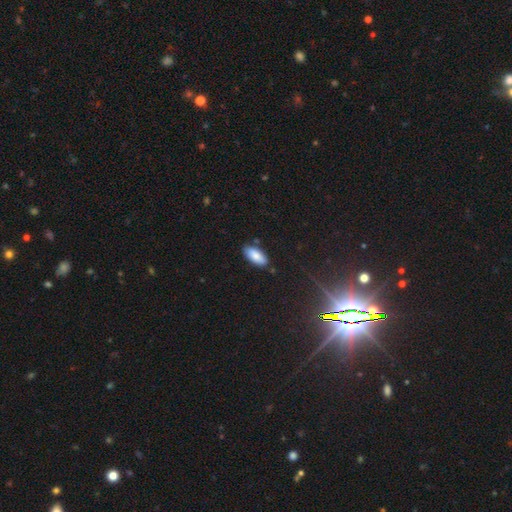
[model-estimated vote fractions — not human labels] Overall: smooth (85%). How rounded: in between (86%). Merging: none (84%).